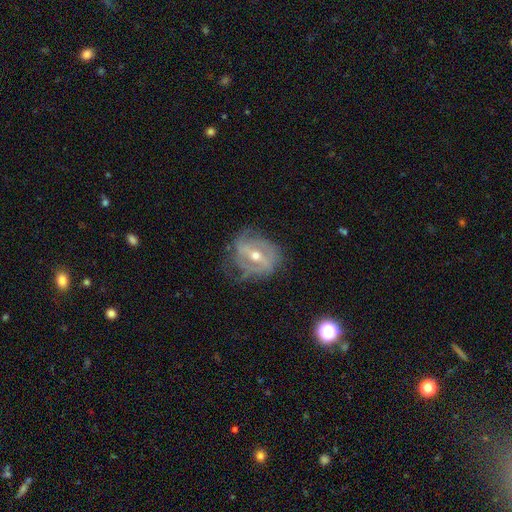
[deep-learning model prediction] This is clearly a featured or disk galaxy (82%). It is clearly not viewed edge-on (95%). Bar: possibly strong (46%). Spiral arm pattern: clearly yes (85%). Spiral arm count: possibly 2 (46%). Spiral winding: marginally medium (40%). Central bulge: likely moderate (61%). Merging: likely none (60%).